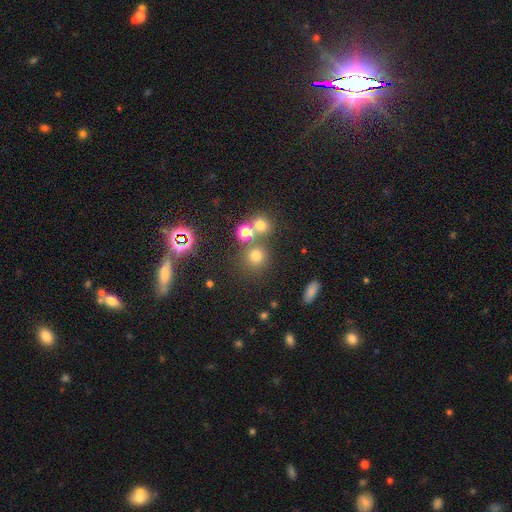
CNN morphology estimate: The model was most divided on "smooth or featured": smooth: 69%, star or artifact: 23%, featured or disk: 8%. More confident: how rounded — round (90%); merging — none (71%).